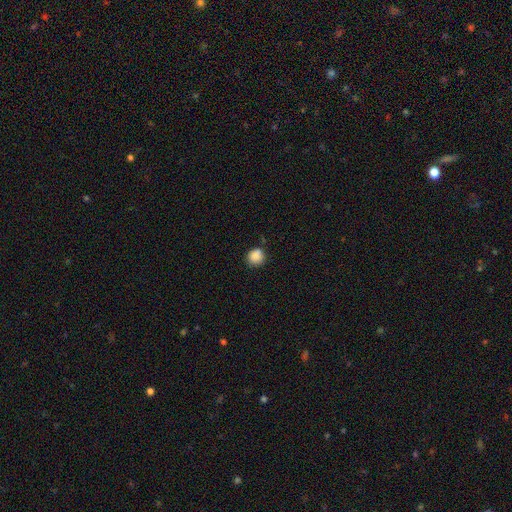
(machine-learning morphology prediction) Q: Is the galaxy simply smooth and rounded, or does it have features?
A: smooth — 87%.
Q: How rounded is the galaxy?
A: round — 90%.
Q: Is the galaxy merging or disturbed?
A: none — 80%.